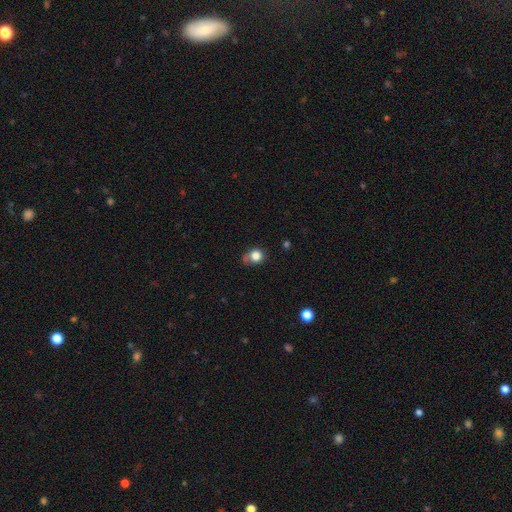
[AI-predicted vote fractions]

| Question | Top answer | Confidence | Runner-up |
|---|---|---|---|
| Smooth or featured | smooth | 82% | star or artifact (11%) |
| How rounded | round | 78% | in between (21%) |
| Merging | none | 54% | minor disturbance (29%) |